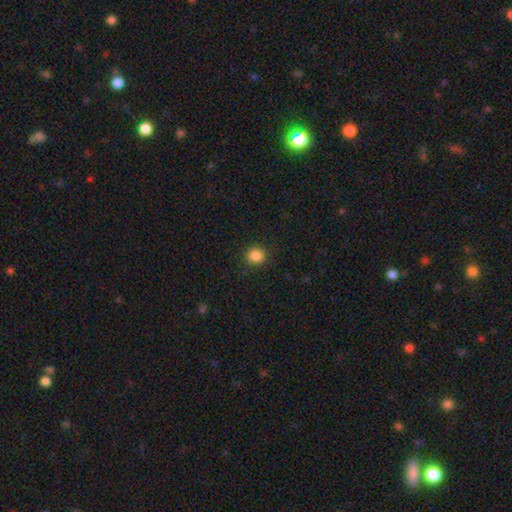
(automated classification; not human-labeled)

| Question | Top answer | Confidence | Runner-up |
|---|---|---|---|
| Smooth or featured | smooth | 86% | star or artifact (11%) |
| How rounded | round | 83% | in between (16%) |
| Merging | none | 90% | minor disturbance (7%) |